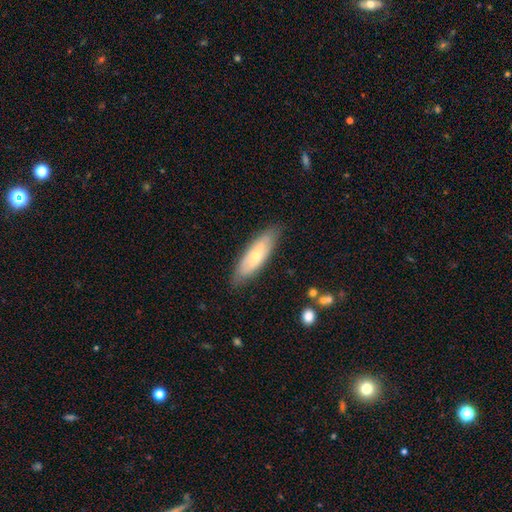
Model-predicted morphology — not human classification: This appears to be a smooth galaxy with no disk features (59%) that is cigar-shaped (54%). Merging: none (83%).